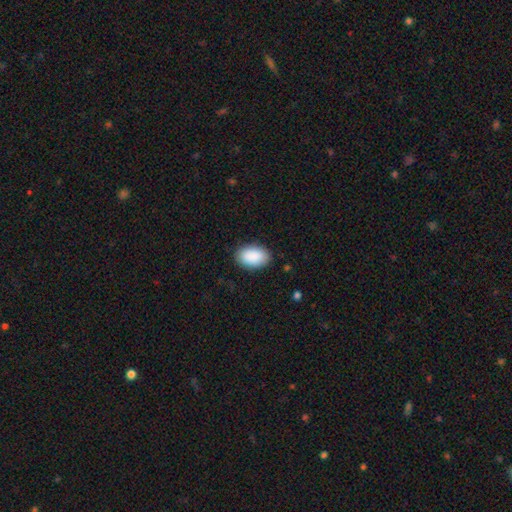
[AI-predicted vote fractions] Smooth or featured? Predicted: smooth (p=0.91). How rounded? Predicted: in between (p=0.92). Merging? Predicted: none (p=0.87).